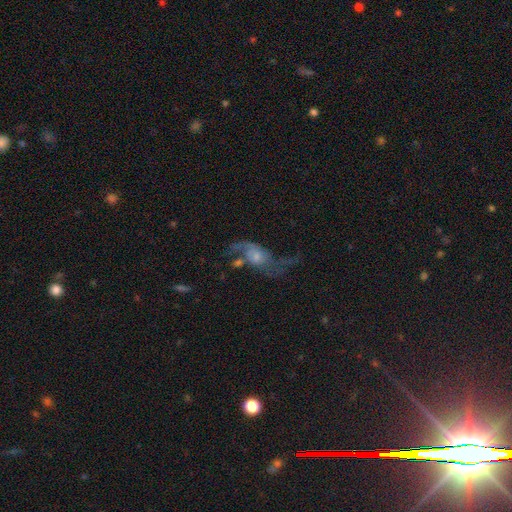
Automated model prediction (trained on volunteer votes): Smooth or featured? featured or disk (73%)
Edge-on disk? no (93%)
Bar? no (73%)
Spiral arms? yes (87%)
Spiral winding? loose (80%)
Spiral arm count? 2 (84%)
Bulge size? small (44%)
Merging? none (41%)